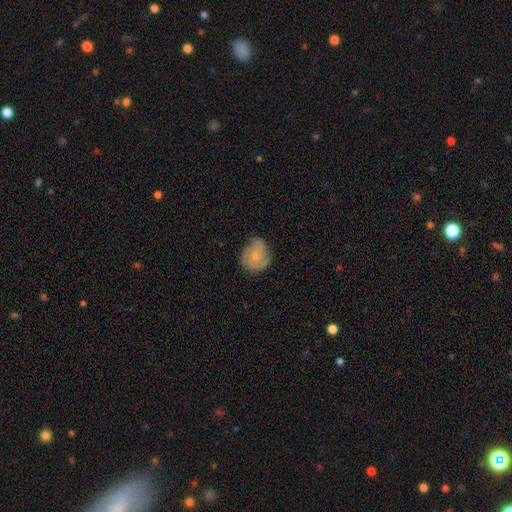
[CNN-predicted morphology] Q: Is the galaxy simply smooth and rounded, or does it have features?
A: featured or disk — 50%.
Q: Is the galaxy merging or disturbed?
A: none — 63%.